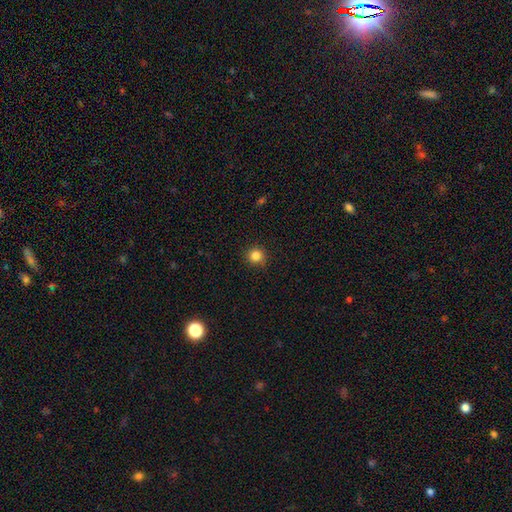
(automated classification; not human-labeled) Smooth or featured? smooth (84%)
How rounded? round (94%)
Merging? none (89%)